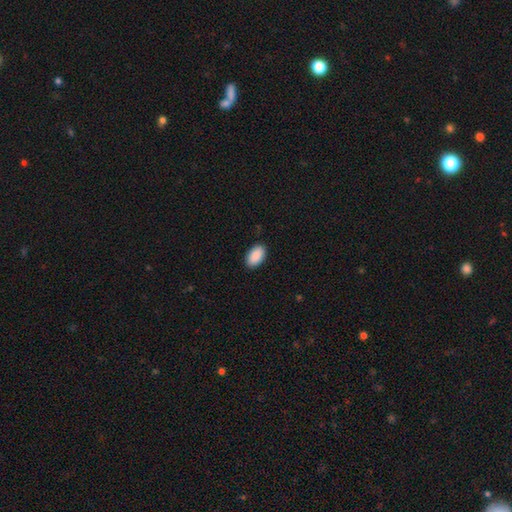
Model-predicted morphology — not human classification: A smooth galaxy with no disk features (91%) that is in between round and cigar-shaped (95%).

Vote fractions:
- Smooth or featured? smooth: 91% / star or artifact: 6% / featured or disk: 3%
- How rounded? in between: 95% / round: 4% / cigar-shaped: 1%
- Merging? none: 89% / minor disturbance: 8% / major disturbance: 2% / merger: 1%